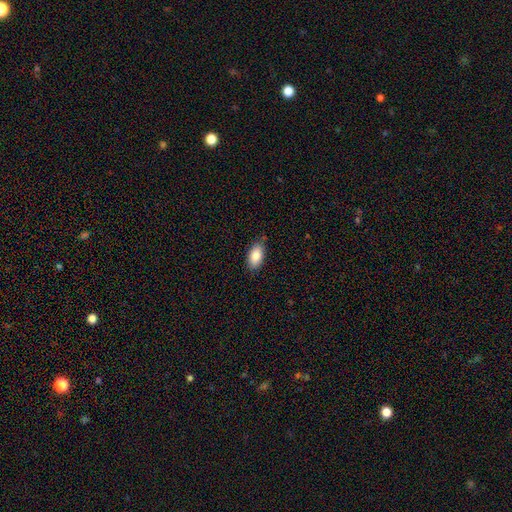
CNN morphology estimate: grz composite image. It shows a smooth galaxy with no disk features (86%) that is in between round and cigar-shaped (93%). Merging: none (81%).